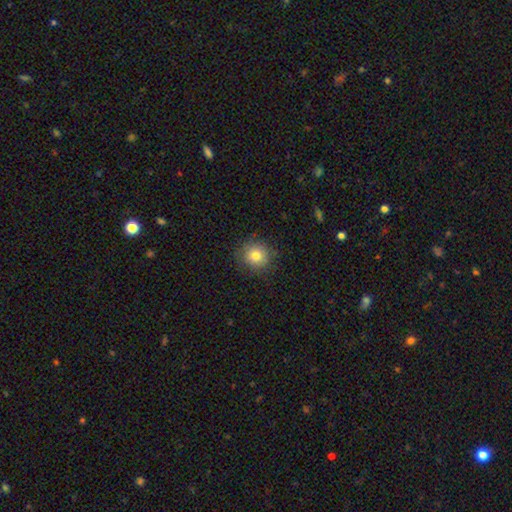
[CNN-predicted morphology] A smooth galaxy with no disk features (79%) that is round (90%).

Vote fractions:
- Smooth or featured? smooth: 79% / star or artifact: 11% / featured or disk: 9%
- How rounded? round: 90% / in between: 9% / cigar-shaped: 1%
- Merging? none: 86% / minor disturbance: 10% / major disturbance: 3% / merger: 1%